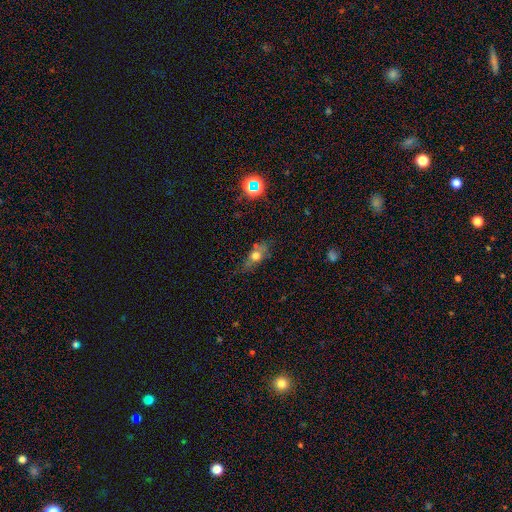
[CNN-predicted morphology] smooth-or-featured: smooth: 56% | featured or disk: 28% | star or artifact: 15%
  how-rounded: in between: 63% | round: 19% | cigar-shaped: 18%
  merging: none: 57% | minor disturbance: 26% | major disturbance: 12% | merger: 5%